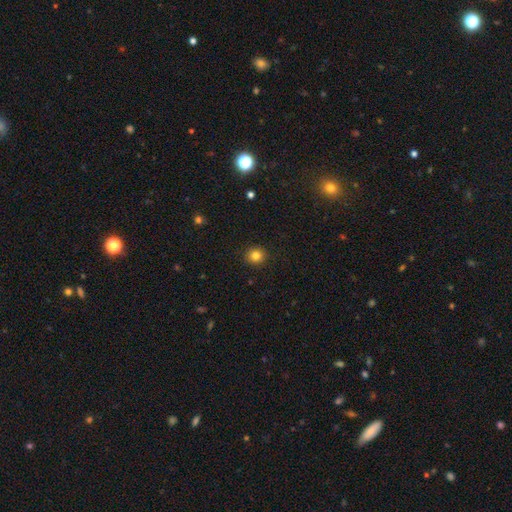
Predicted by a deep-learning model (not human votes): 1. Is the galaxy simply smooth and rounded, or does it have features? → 82% smooth, 12% star or artifact, 6% featured or disk.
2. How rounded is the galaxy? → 91% round, 8% in between, 1% cigar-shaped.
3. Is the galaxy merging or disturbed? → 92% none, 5% minor disturbance, 2% major disturbance, 1% merger.